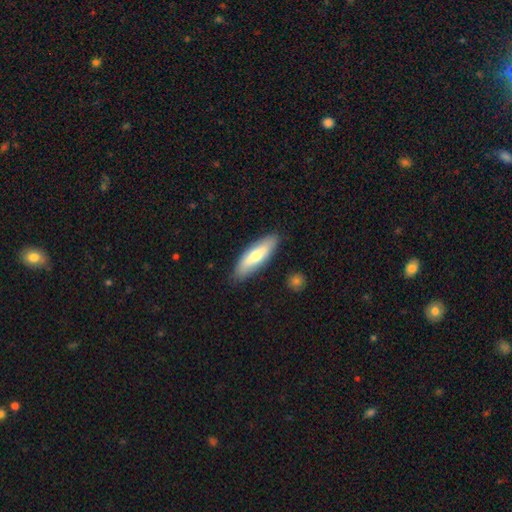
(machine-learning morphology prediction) Smooth or featured?
  - smooth: 67% *
  - featured or disk: 27%
  - star or artifact: 5%
How rounded?
  - in between: 52% *
  - cigar-shaped: 47%
  - round: 2%
Merging?
  - none: 85% *
  - minor disturbance: 11%
  - major disturbance: 2%
  - merger: 2%